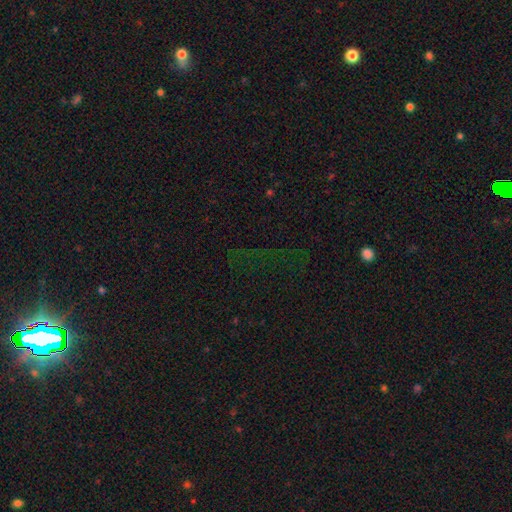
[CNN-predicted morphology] Q: Smooth or featured?
A: star or artifact (79%); runner-up: smooth (12%)